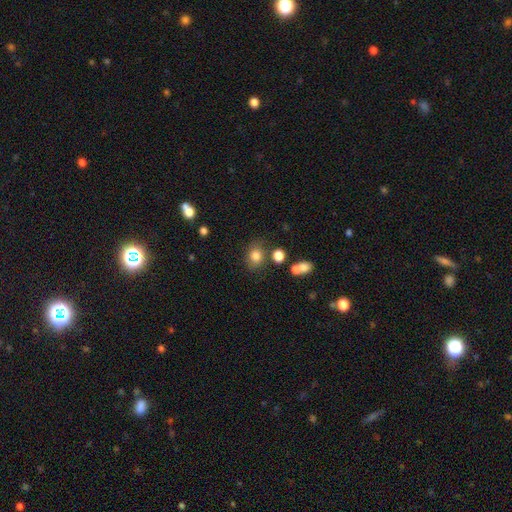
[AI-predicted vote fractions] smooth 81%, star or artifact 11%, featured or disk 8%. Down the decision tree: how rounded — round (55%); merging — none (72%).